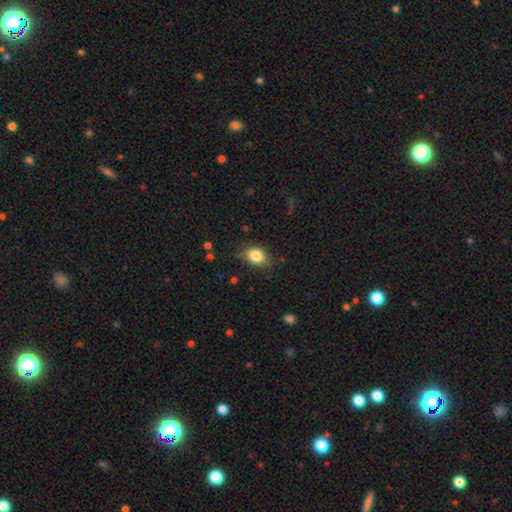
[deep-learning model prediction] A smooth galaxy with no disk features (83%) that is in between round and cigar-shaped (65%). Merging: none (71%).